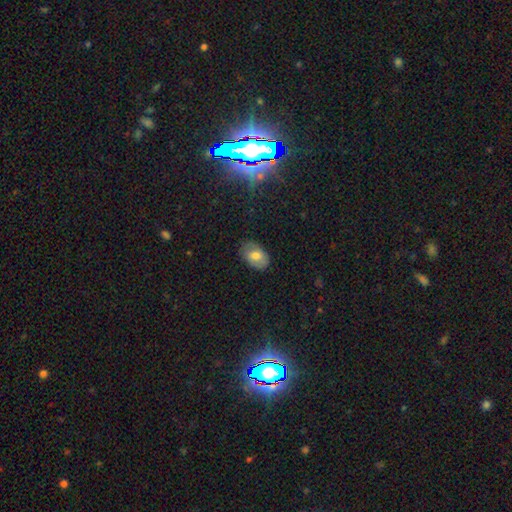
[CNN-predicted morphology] smooth_or_featured: smooth (p=0.67) [alt: featured or disk p=0.24]
how_rounded: in between (p=0.89) [alt: round p=0.10]
merging: none (p=0.78) [alt: minor disturbance p=0.17]